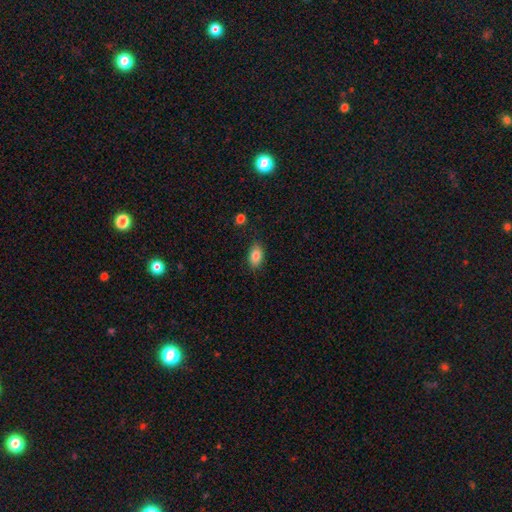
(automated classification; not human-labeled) smooth-or-featured: smooth: 85% | star or artifact: 8% | featured or disk: 7%
  how-rounded: in between: 88% | round: 10% | cigar-shaped: 2%
  merging: none: 83% | minor disturbance: 12% | major disturbance: 3% | merger: 2%